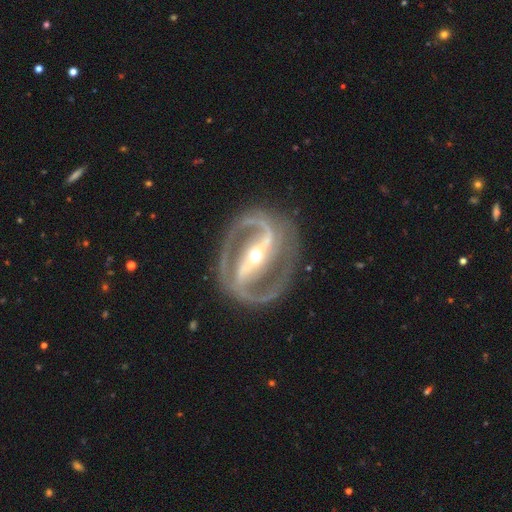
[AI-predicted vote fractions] Q: Smooth or featured?
A: featured or disk (92%); runner-up: star or artifact (4%)
Q: Edge-on disk?
A: no (96%); runner-up: yes (4%)
Q: Bar?
A: strong (74%); runner-up: weak (17%)
Q: Spiral arms?
A: yes (96%); runner-up: no (4%)
Q: Spiral winding?
A: medium (54%); runner-up: tight (35%)
Q: Spiral arm count?
A: 2 (91%); runner-up: 3 (2%)
Q: Bulge size?
A: small (50%); runner-up: moderate (45%)
Q: Merging?
A: none (82%); runner-up: minor disturbance (11%)